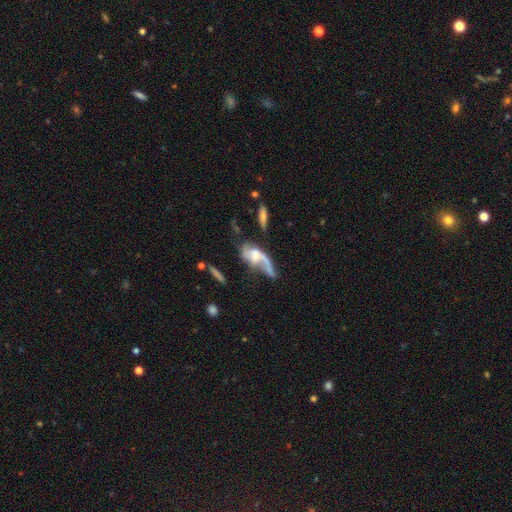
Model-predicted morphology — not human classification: This appears to be a featured or disk galaxy (69%) with no bar (57%), spiral arms (77%) and a moderate central bulge (32%). Merging: major disturbance (36%).